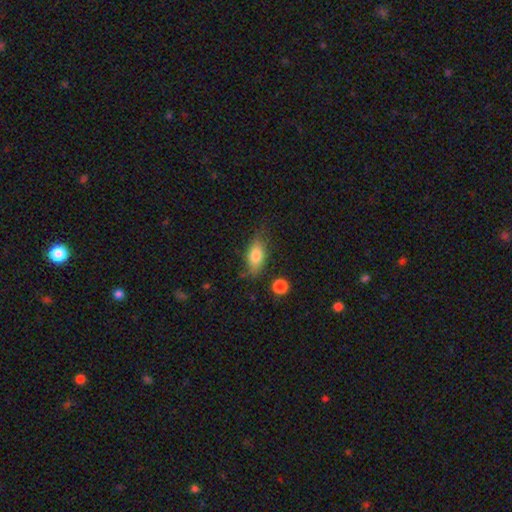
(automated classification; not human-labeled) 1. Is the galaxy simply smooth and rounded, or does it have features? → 78% smooth, 15% featured or disk, 7% star or artifact.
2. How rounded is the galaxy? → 85% in between, 10% cigar-shaped, 5% round.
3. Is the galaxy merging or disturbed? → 68% none, 22% minor disturbance, 6% major disturbance, 4% merger.